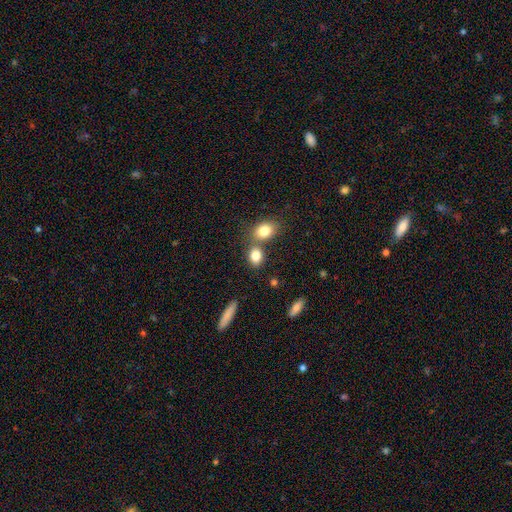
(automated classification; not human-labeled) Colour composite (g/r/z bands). It shows a smooth galaxy with no disk features (81%) that is in between round and cigar-shaped (56%). Merging: none (53%).